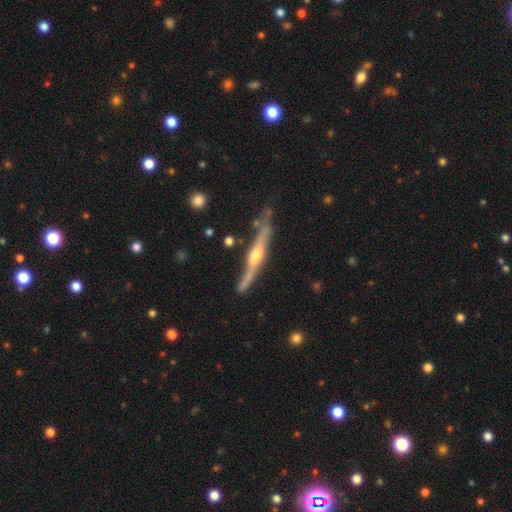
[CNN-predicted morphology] A featured or disk galaxy (79%) viewed edge-on (95%) with a rounded central bulge (85%).

Vote fractions:
- Smooth or featured? featured or disk: 79% / smooth: 16% / star or artifact: 5%
- Edge-on disk? yes: 95% / no: 5%
- Edge-on bulge? rounded: 85% / none: 9% / boxy: 6%
- Merging? none: 71% / minor disturbance: 20% / merger: 5% / major disturbance: 4%